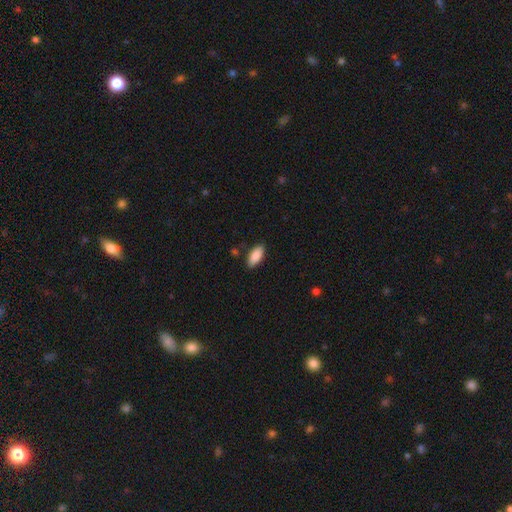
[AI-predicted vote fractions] Q: Smooth or featured?
A: smooth (88%); runner-up: star or artifact (6%)
Q: How rounded?
A: in between (87%); runner-up: cigar-shaped (11%)
Q: Merging?
A: none (86%); runner-up: minor disturbance (10%)